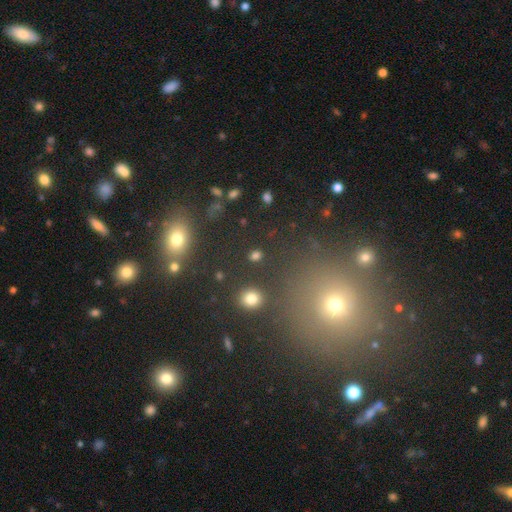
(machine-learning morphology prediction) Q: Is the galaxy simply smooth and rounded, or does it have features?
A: smooth — 75%.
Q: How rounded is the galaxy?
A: round — 71%.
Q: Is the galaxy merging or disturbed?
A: none — 86%.